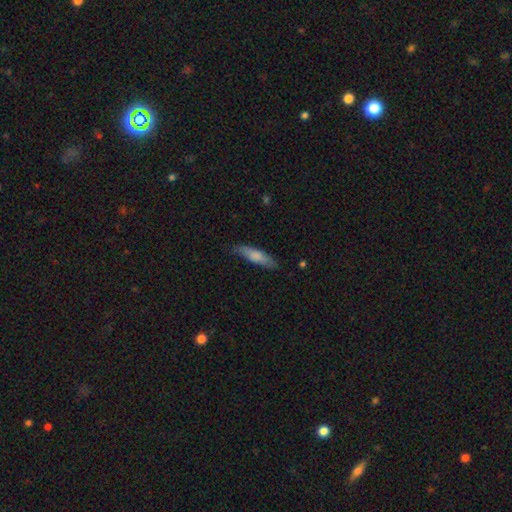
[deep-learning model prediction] The model was most divided on "how rounded": cigar-shaped: 64%, in between: 34%, round: 2%. More confident: merging — none (76%); smooth or featured — smooth (74%).